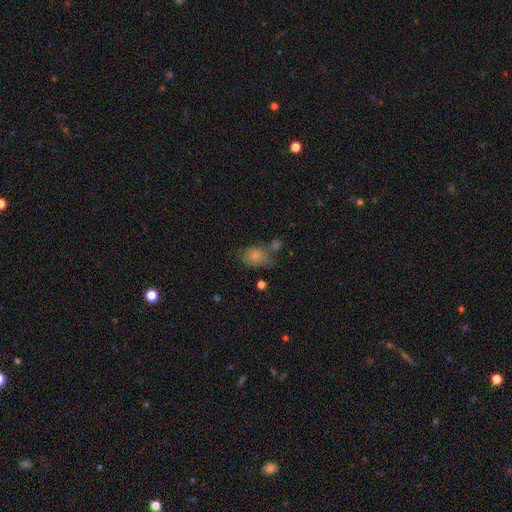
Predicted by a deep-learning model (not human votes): Overall: smooth (78%). How rounded: in between (78%). Merging: none (45%; minor disturbance 24%).